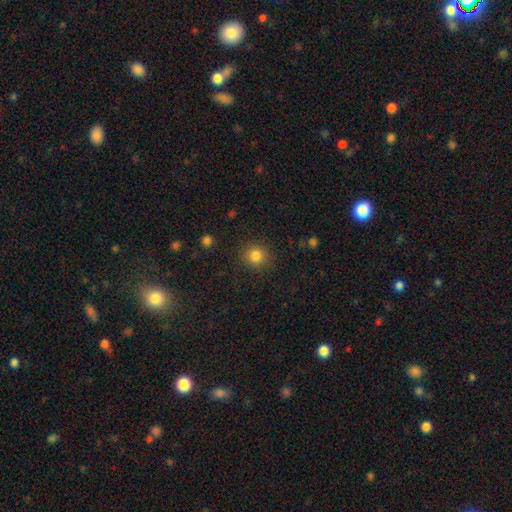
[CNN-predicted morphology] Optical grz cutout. It shows a smooth galaxy with no disk features (83%) that is round (91%). Merging: none (89%).